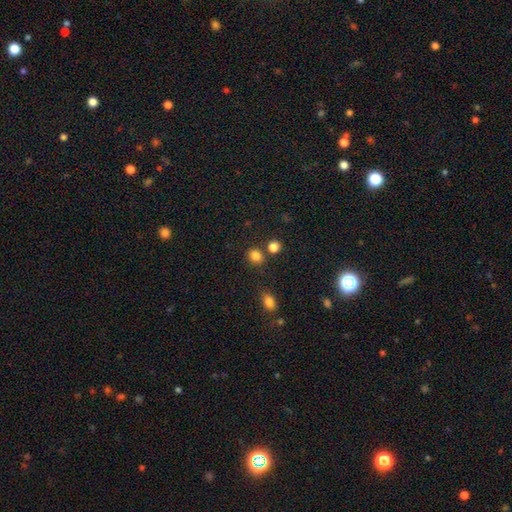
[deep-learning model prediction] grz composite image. It shows a smooth galaxy with no disk features (83%) that is round (65%). Merging: none (74%).